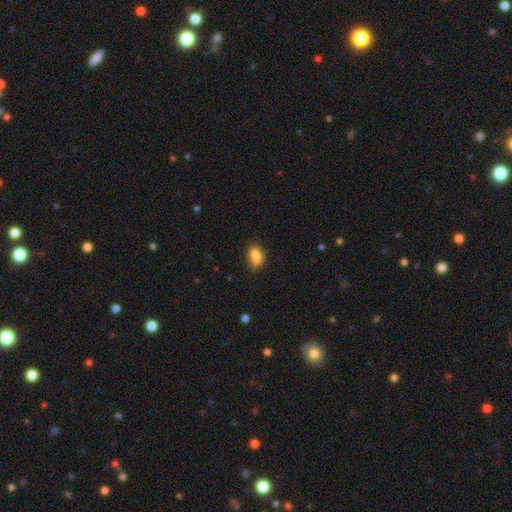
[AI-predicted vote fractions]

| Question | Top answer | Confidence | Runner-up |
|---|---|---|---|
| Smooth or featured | smooth | 77% | featured or disk (13%) |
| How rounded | in between | 77% | round (20%) |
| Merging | none | 43% | merger (30%) |